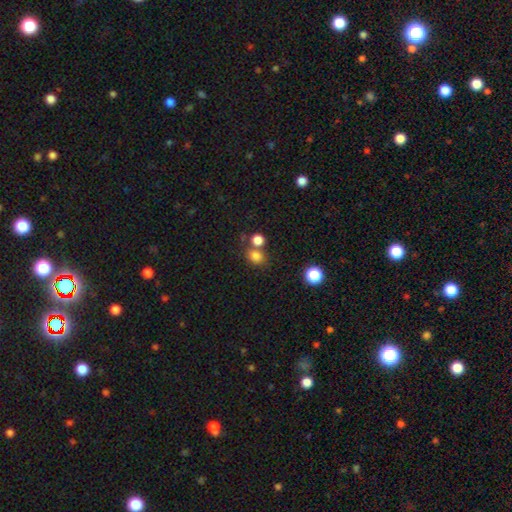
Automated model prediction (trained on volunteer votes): Smooth or featured? Predicted: smooth (p=0.80). How rounded? Predicted: round (p=0.64). Merging? Predicted: none (p=0.58).